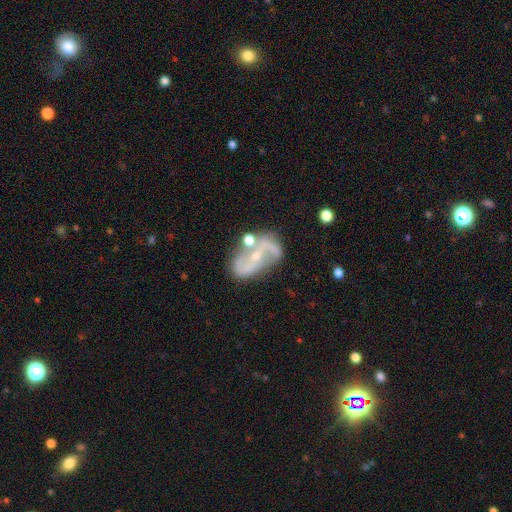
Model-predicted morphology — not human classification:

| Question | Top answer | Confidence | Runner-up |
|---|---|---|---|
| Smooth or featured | featured or disk | 82% | smooth (11%) |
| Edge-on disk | no | 96% | yes (4%) |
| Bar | no | 42% | weak (34%) |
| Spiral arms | yes | 87% | no (13%) |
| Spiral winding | loose | 57% | medium (31%) |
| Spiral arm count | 2 | 88% | can't tell (6%) |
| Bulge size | small | 69% | moderate (23%) |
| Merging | none | 55% | minor disturbance (19%) |